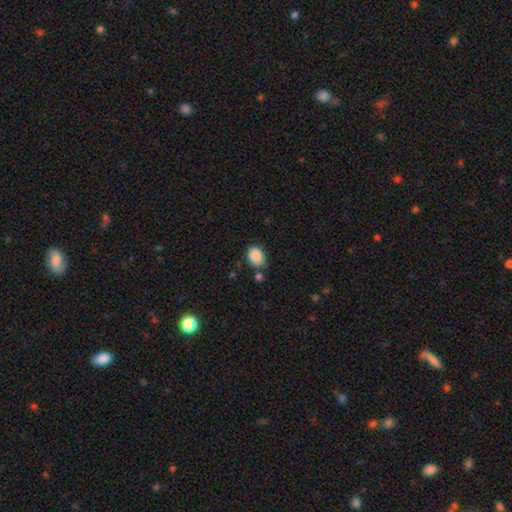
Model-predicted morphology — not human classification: Overall: smooth (88%). How rounded: in between (73%). Merging: none (68%).